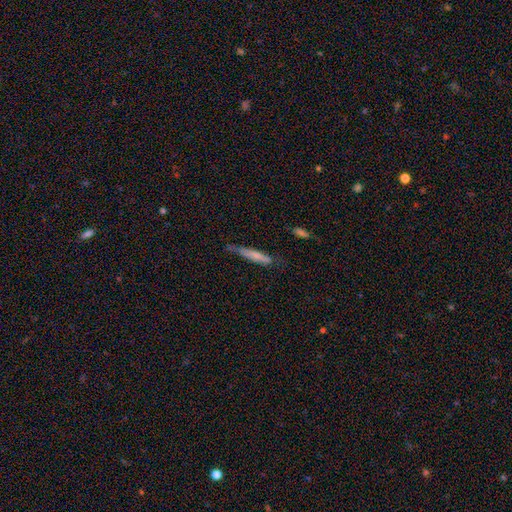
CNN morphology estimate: Q: Smooth or featured?
A: smooth (62%); runner-up: featured or disk (30%)
Q: How rounded?
A: cigar-shaped (90%); runner-up: in between (9%)
Q: Merging?
A: none (56%); runner-up: minor disturbance (30%)